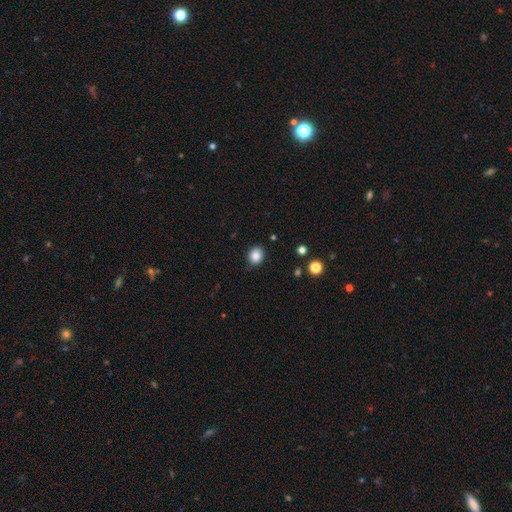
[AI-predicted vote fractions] Smooth or featured?
  - smooth: 86% *
  - star or artifact: 10%
  - featured or disk: 4%
How rounded?
  - round: 73% *
  - in between: 26%
  - cigar-shaped: 1%
Merging?
  - none: 87% *
  - minor disturbance: 9%
  - major disturbance: 2%
  - merger: 1%